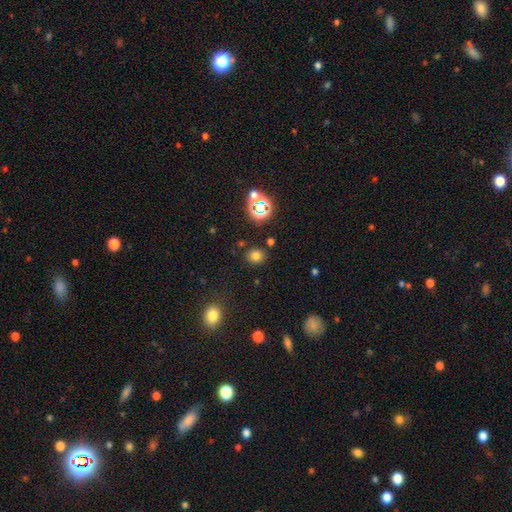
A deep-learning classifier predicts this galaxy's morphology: This is likely a smooth galaxy (71%). How rounded: likely round (76%). Merging: clearly none (84%).